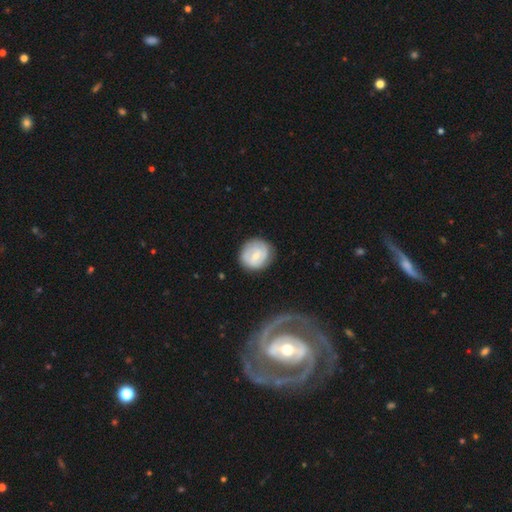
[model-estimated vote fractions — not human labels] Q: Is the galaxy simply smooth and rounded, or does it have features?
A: smooth — 49%.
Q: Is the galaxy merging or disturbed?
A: none — 77%.